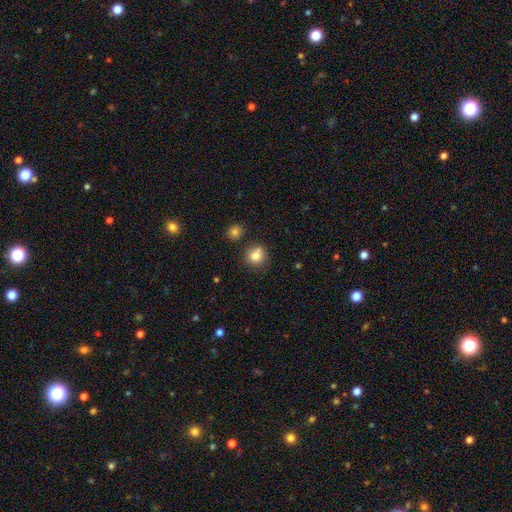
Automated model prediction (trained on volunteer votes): Morphology: type=smooth (80%); roundness=round (87%); merging=none (68%).